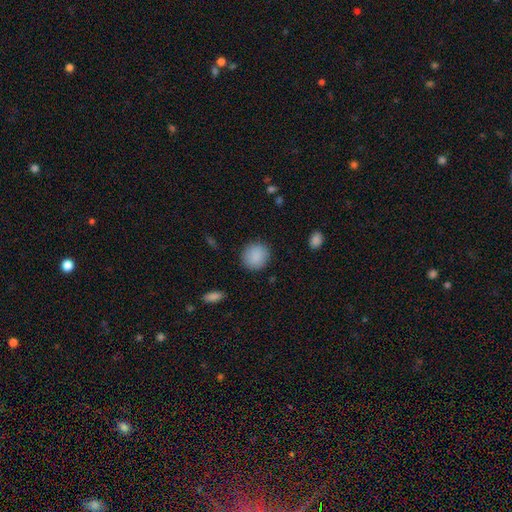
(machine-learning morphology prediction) This appears to be a smooth galaxy with no disk features (89%) that is round (89%). Merging: none (89%).